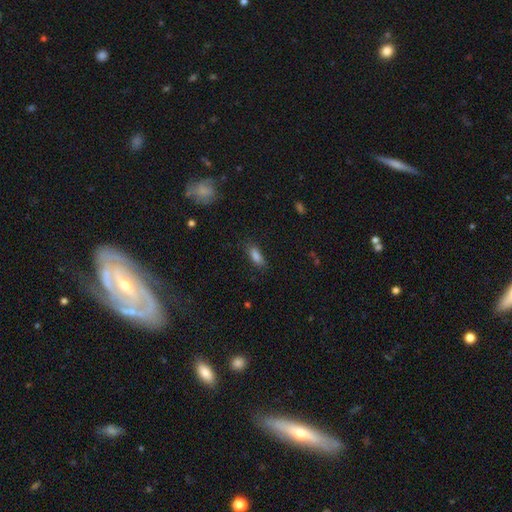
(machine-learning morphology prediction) smooth-or-featured: smooth: 84% | star or artifact: 10% | featured or disk: 7%
  how-rounded: in between: 75% | cigar-shaped: 22% | round: 3%
  merging: none: 78% | minor disturbance: 16% | major disturbance: 5% | merger: 2%